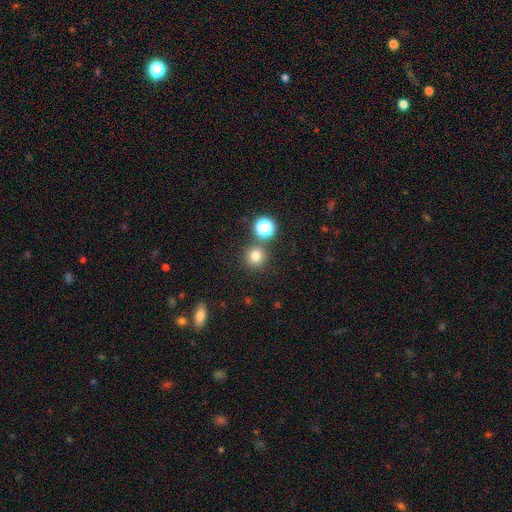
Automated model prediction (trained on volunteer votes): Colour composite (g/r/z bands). It shows a smooth galaxy with no disk features (76%) that is round (94%). Merging: none (80%).